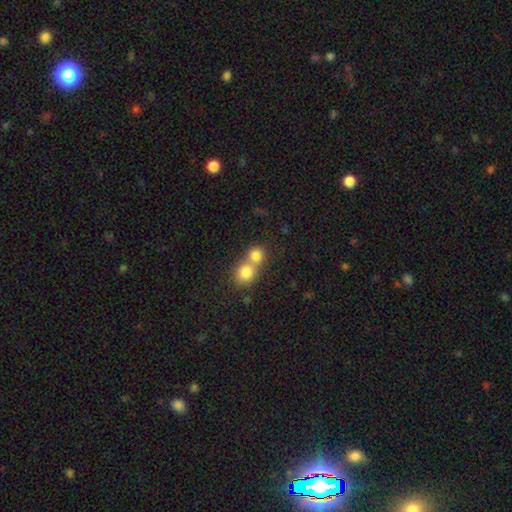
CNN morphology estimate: Smooth or featured?
  - smooth: 80% *
  - star or artifact: 10%
  - featured or disk: 10%
How rounded?
  - round: 79% *
  - in between: 20%
  - cigar-shaped: 1%
Merging?
  - merger: 62% *
  - none: 31%
  - minor disturbance: 5%
  - major disturbance: 2%